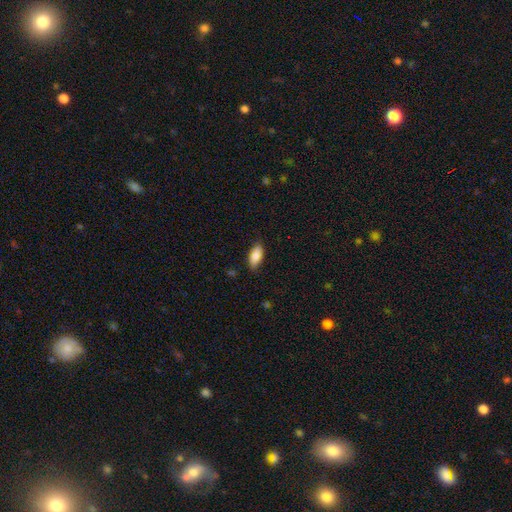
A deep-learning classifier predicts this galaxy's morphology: This is clearly a smooth galaxy (86%). How rounded: clearly in between (88%). Merging: clearly none (83%).